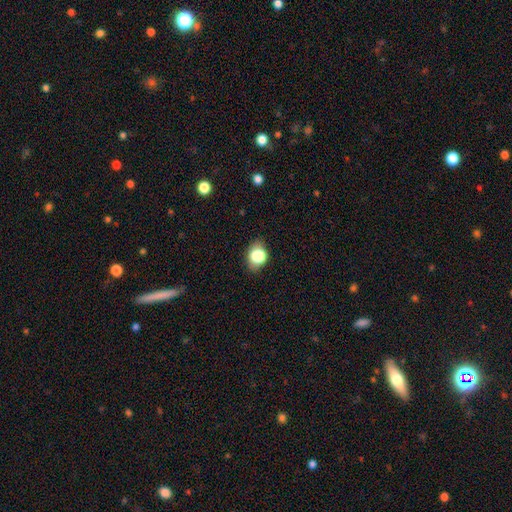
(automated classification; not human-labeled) smooth_or_featured: smooth (p=0.78) [alt: featured or disk p=0.12]
how_rounded: in between (p=0.66) [alt: round p=0.33]
merging: none (p=0.77) [alt: minor disturbance p=0.17]